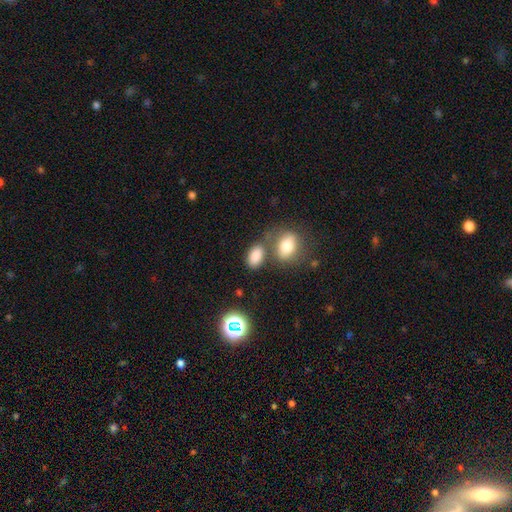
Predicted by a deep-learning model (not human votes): Smooth or featured?
  - smooth: 82% *
  - star or artifact: 12%
  - featured or disk: 6%
How rounded?
  - in between: 89% *
  - round: 9%
  - cigar-shaped: 2%
Merging?
  - none: 59% *
  - merger: 22%
  - minor disturbance: 13%
  - major disturbance: 5%